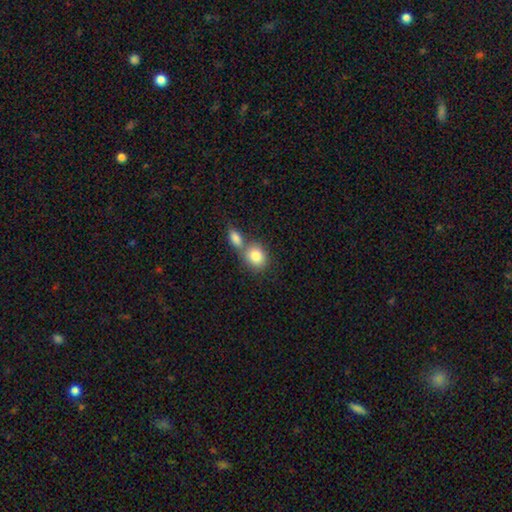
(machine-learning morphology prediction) Overall: smooth (83%). How rounded: round (59%; in between 40%). Merging: merger (48%; none 40%).